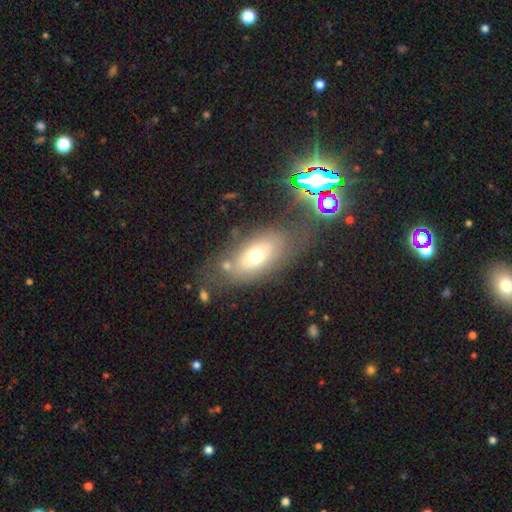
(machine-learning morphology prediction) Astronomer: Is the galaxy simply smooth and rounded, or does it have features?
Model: smooth — 58%.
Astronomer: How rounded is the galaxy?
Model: in between — 85%.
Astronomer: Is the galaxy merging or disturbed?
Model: none — 61%.